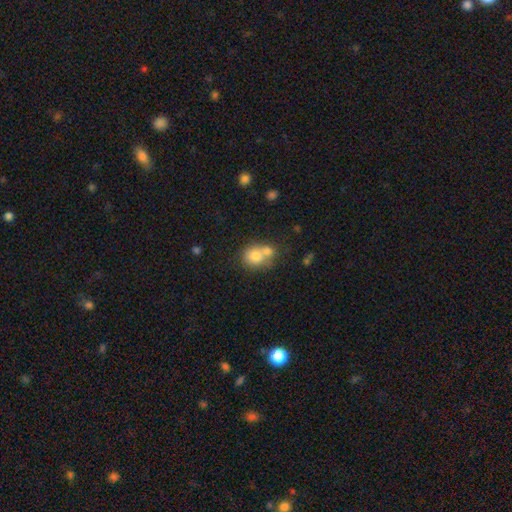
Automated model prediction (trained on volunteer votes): Smooth or featured? Predicted: smooth (p=0.76). How rounded? Predicted: round (p=0.71). Merging? Predicted: merger (p=0.52).